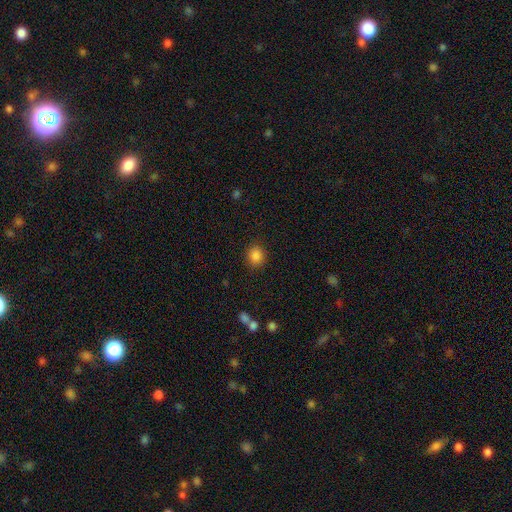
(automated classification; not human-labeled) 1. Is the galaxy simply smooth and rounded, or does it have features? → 86% smooth, 11% star or artifact, 3% featured or disk.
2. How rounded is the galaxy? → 77% round, 22% in between, 1% cigar-shaped.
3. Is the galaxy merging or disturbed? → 88% none, 8% minor disturbance, 3% major disturbance, 1% merger.